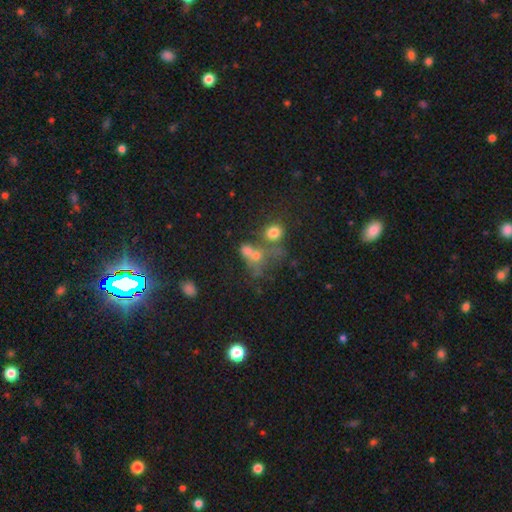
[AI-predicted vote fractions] smooth 56%, featured or disk 24%, star or artifact 21%. Down the decision tree: how rounded — round (52%); merging — merger (50%).